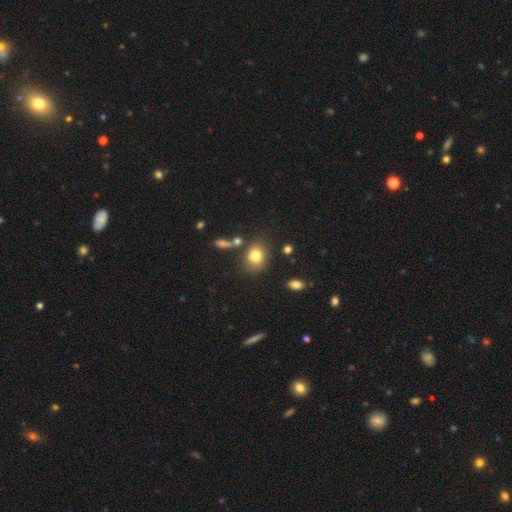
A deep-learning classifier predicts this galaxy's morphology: A smooth galaxy with no disk features (79%) that is round (53%). Merging: none (70%).